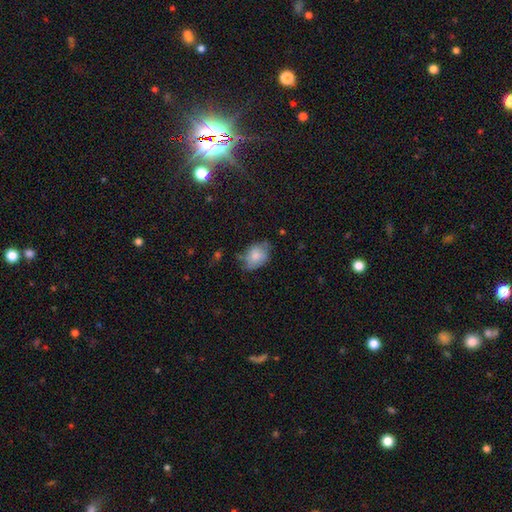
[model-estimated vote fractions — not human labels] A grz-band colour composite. It shows a smooth galaxy with no disk features (74%) that is in between round and cigar-shaped (74%). Merging: none (52%).